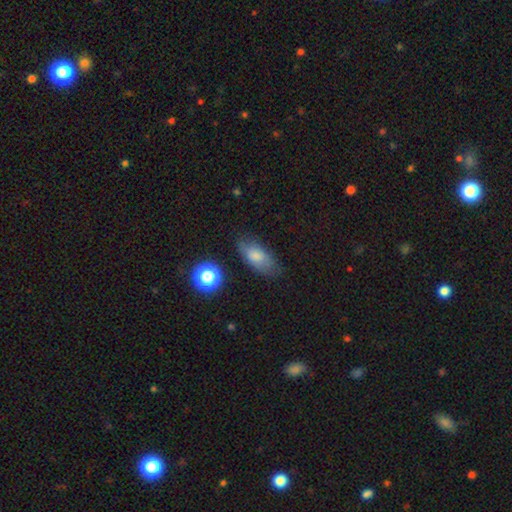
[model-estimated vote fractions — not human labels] Smooth or featured? Predicted: smooth (p=0.75). How rounded? Predicted: in between (p=0.83). Merging? Predicted: none (p=0.75).